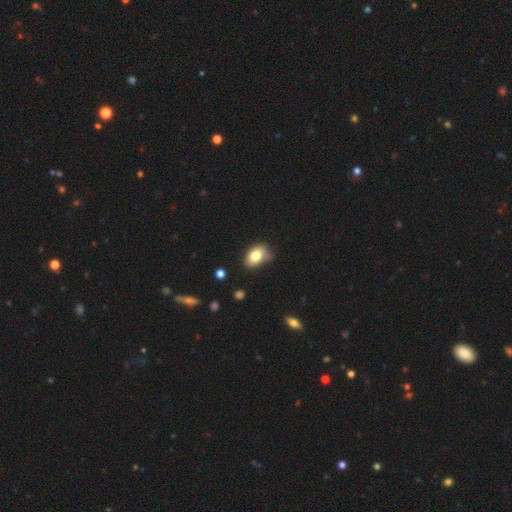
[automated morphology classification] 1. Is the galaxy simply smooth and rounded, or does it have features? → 79% smooth, 12% featured or disk, 9% star or artifact.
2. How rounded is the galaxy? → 83% in between, 16% round, 1% cigar-shaped.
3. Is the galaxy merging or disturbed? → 59% none, 31% minor disturbance, 7% major disturbance, 3% merger.